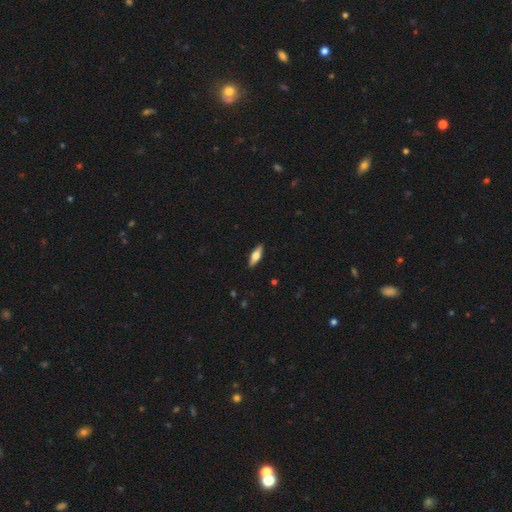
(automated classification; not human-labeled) Morphology: type=smooth (53%); roundness=in between (50%); merging=none (90%).